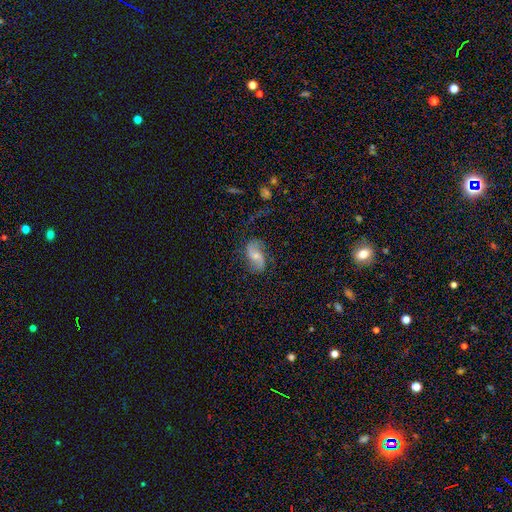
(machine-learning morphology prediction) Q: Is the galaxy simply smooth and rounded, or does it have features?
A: featured or disk — 67%.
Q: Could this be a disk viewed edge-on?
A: no — 96%.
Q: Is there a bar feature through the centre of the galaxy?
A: no — 45%.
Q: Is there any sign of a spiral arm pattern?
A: yes — 92%.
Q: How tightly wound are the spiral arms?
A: loose — 62%.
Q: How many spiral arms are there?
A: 2 — 88%.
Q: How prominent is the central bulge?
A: small — 49%.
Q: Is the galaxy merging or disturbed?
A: none — 65%.